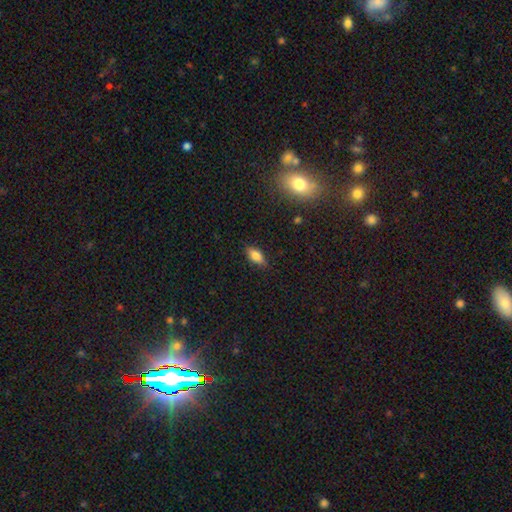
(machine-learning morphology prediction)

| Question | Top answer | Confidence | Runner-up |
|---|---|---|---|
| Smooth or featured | smooth | 79% | featured or disk (12%) |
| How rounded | in between | 83% | cigar-shaped (13%) |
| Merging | none | 85% | minor disturbance (11%) |